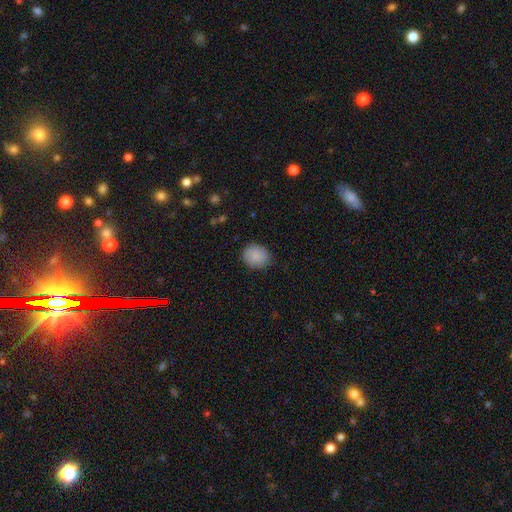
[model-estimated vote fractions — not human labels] A smooth galaxy with no disk features (83%) that is round (63%). Merging: none (85%).